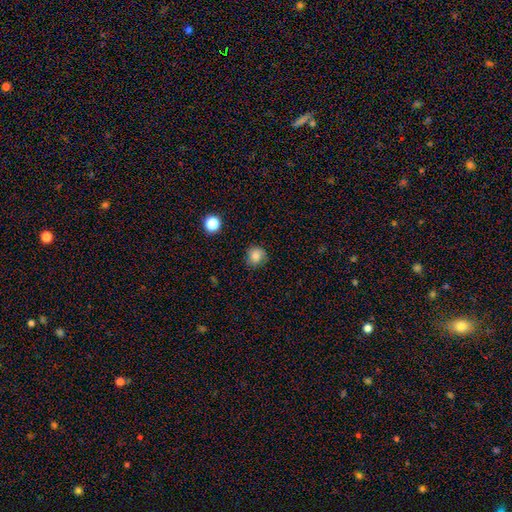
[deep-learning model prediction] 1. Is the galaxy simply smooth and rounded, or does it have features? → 81% smooth, 11% star or artifact, 8% featured or disk.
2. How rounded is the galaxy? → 86% round, 13% in between, 1% cigar-shaped.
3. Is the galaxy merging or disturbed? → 74% none, 19% minor disturbance, 5% major disturbance, 1% merger.